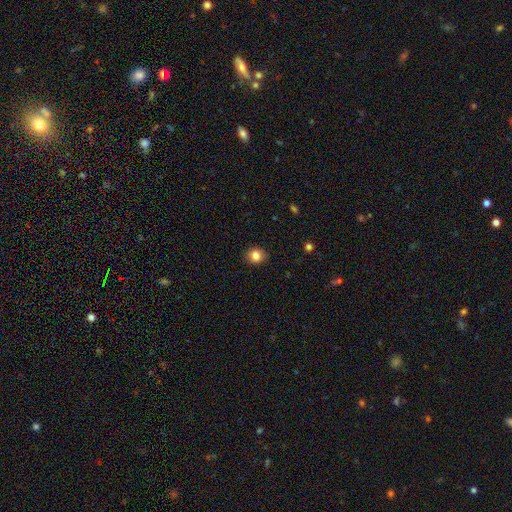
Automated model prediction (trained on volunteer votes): Overall: smooth (83%). How rounded: round (76%). Merging: none (88%).